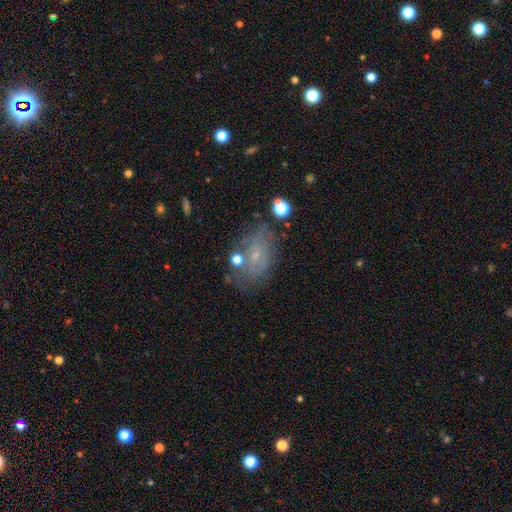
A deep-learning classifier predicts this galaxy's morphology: Q: Smooth or featured?
A: smooth (43%); runner-up: featured or disk (42%)
Q: Merging?
A: none (59%); runner-up: minor disturbance (23%)